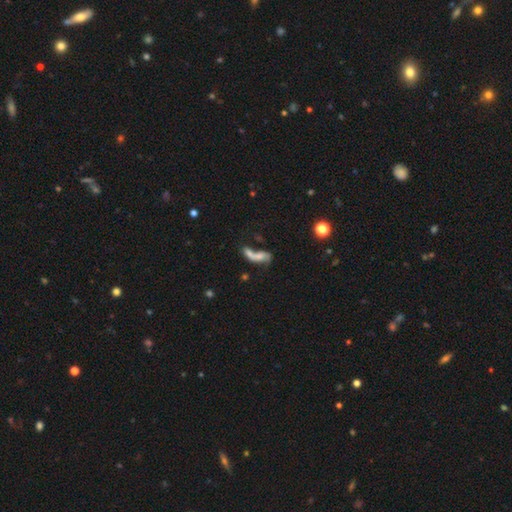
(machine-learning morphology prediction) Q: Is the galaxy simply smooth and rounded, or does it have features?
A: featured or disk — 44%.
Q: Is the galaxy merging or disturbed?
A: merger — 46%.